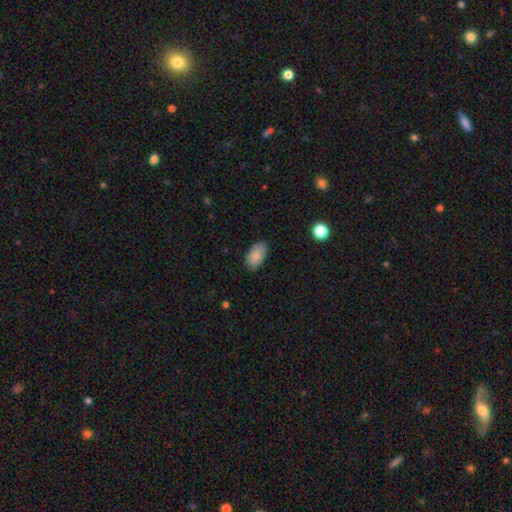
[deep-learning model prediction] This appears to be a smooth galaxy with no disk features (86%) that is in between round and cigar-shaped (94%). Merging: none (79%).